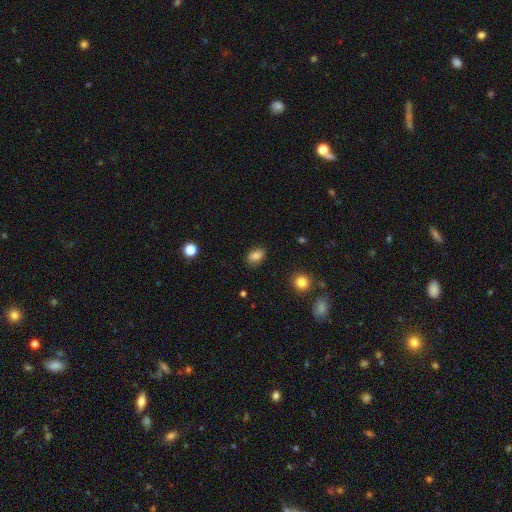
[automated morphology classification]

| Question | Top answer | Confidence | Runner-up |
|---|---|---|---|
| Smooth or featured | smooth | 83% | star or artifact (10%) |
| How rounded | in between | 83% | round (15%) |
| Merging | none | 86% | minor disturbance (10%) |